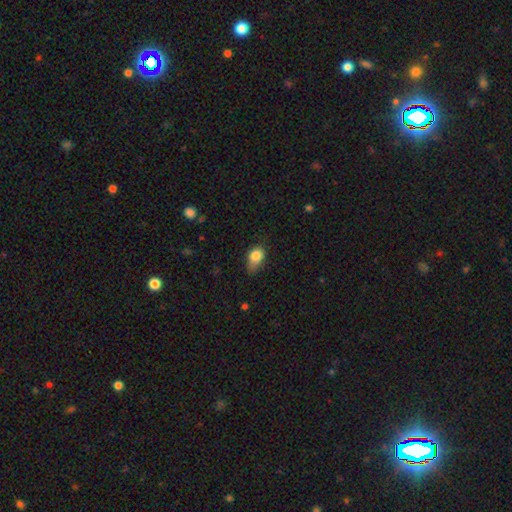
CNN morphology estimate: Smooth or featured: smooth — 83% (star or artifact — 9%)
How rounded: in between — 74% (round — 24%)
Merging: minor disturbance — 45% (none — 40%)